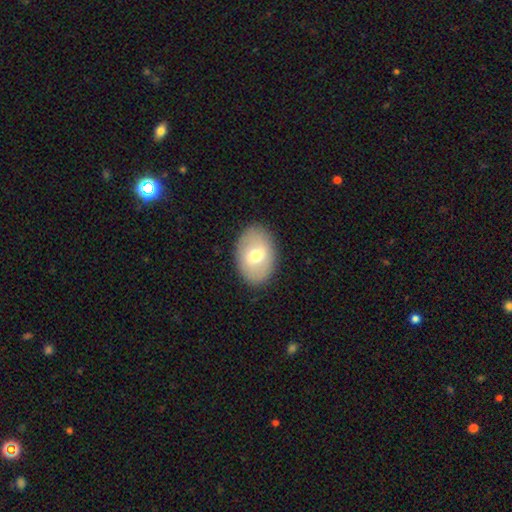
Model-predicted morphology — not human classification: This is likely a smooth galaxy (60%). How rounded: clearly in between (81%). Merging: clearly none (87%).